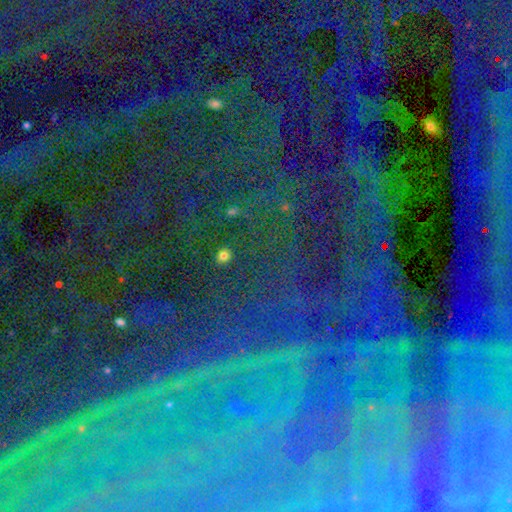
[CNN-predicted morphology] type=star or artifact (81%).